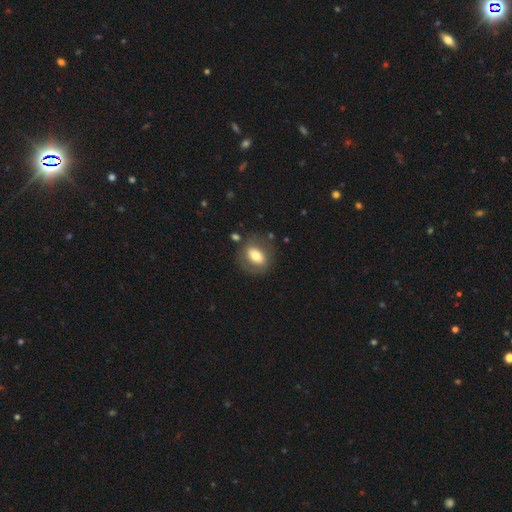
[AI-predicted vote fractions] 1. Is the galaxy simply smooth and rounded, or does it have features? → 61% smooth, 32% featured or disk, 7% star or artifact.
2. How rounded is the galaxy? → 66% in between, 32% round, 2% cigar-shaped.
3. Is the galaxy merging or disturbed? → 71% none, 16% minor disturbance, 9% major disturbance, 3% merger.